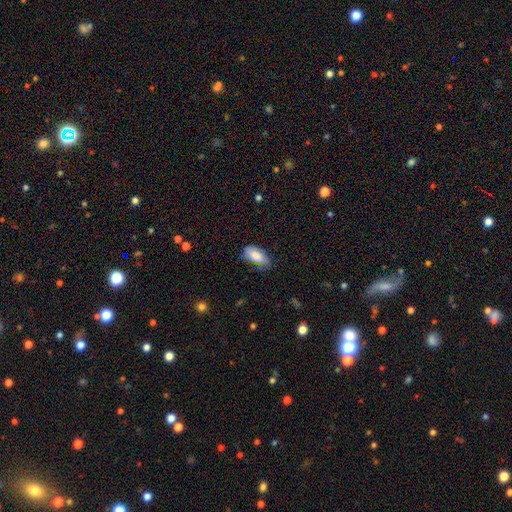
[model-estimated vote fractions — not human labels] The model was most divided on "merging": none: 55%, minor disturbance: 35%, major disturbance: 8%, merger: 2%. More confident: how rounded — in between (93%); smooth or featured — smooth (81%).